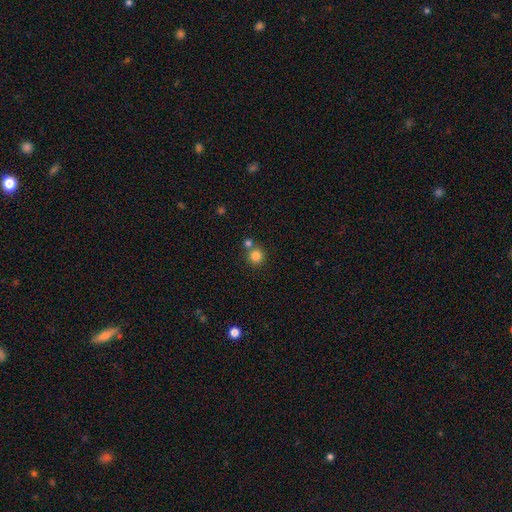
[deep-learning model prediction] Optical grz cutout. It shows a smooth galaxy with no disk features (83%) that is round (92%). Merging: none (68%).